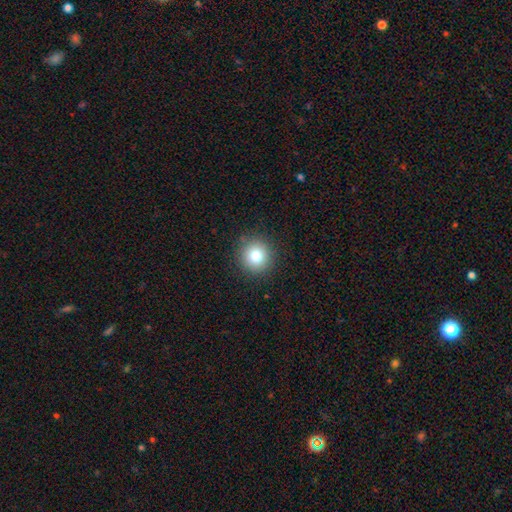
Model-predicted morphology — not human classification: Smooth or featured: smooth — 79% (star or artifact — 12%)
How rounded: round — 93% (in between — 6%)
Merging: none — 89% (minor disturbance — 7%)